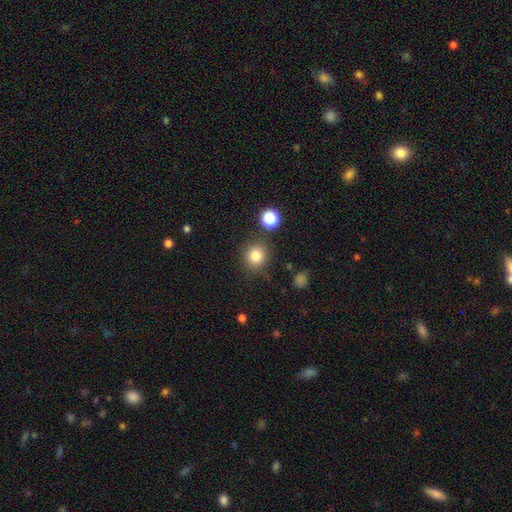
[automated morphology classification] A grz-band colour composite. It shows a smooth galaxy with no disk features (82%) that is round (87%). Merging: none (83%).